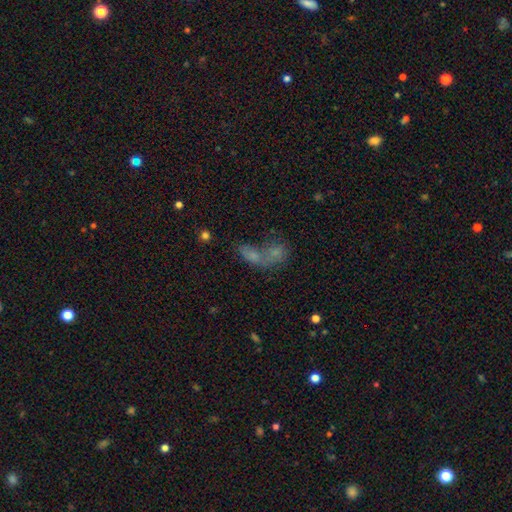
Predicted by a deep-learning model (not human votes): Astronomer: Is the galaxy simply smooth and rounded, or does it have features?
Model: smooth — 55%.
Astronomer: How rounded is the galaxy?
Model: in between — 70%.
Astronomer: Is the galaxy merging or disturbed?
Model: merger — 65%.